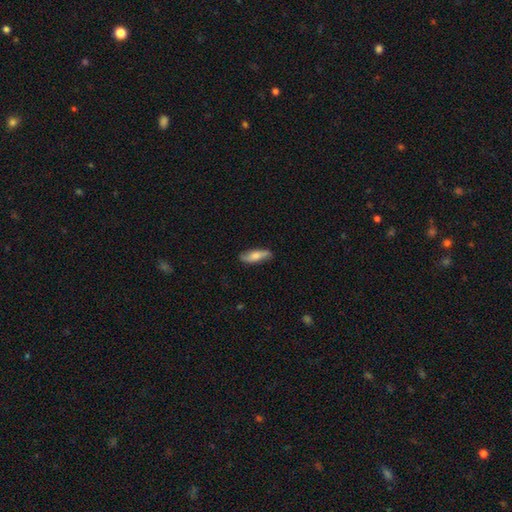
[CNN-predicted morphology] The model was most divided on "how rounded": cigar-shaped: 49%, in between: 48%, round: 3%. More confident: merging — none (80%); smooth or featured — smooth (60%).